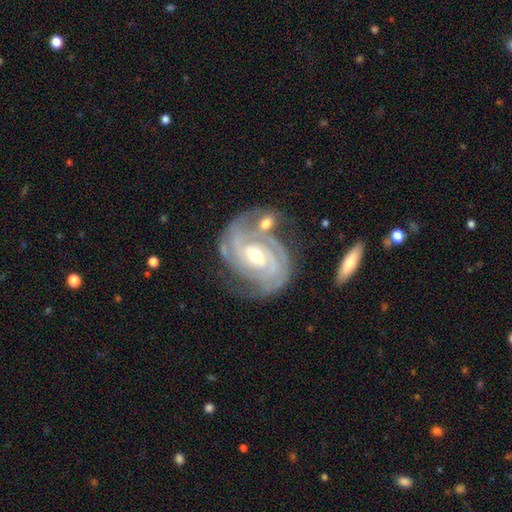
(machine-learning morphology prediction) A featured or disk galaxy (91%) with a weak bar (47%), 2 (33%) tight (72%) spiral arms (98%) and a moderate central bulge (66%). Merging: none (60%).